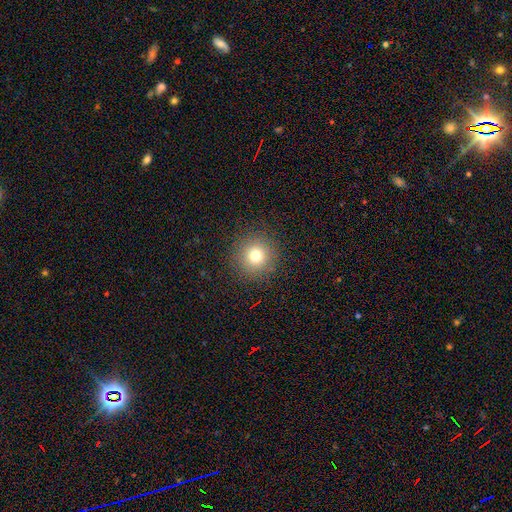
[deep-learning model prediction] smooth 74%, star or artifact 16%, featured or disk 9%. Down the decision tree: how rounded — round (95%); merging — none (90%).